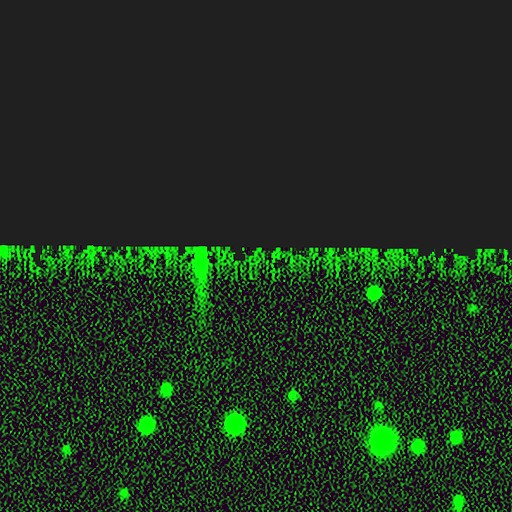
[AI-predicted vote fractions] Morphology: type=star or artifact (82%).